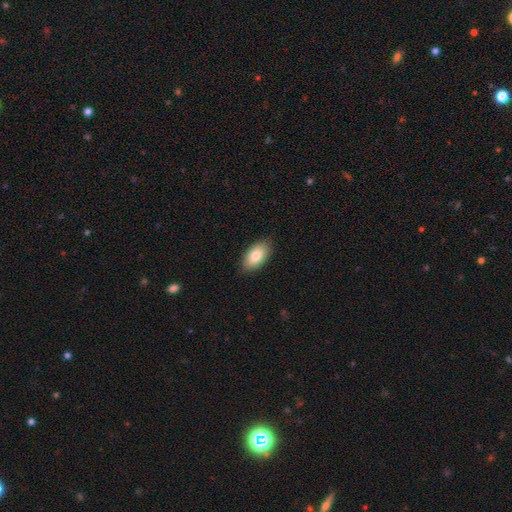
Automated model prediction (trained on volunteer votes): Smooth or featured? Predicted: smooth (p=0.83). How rounded? Predicted: in between (p=0.94). Merging? Predicted: none (p=0.85).